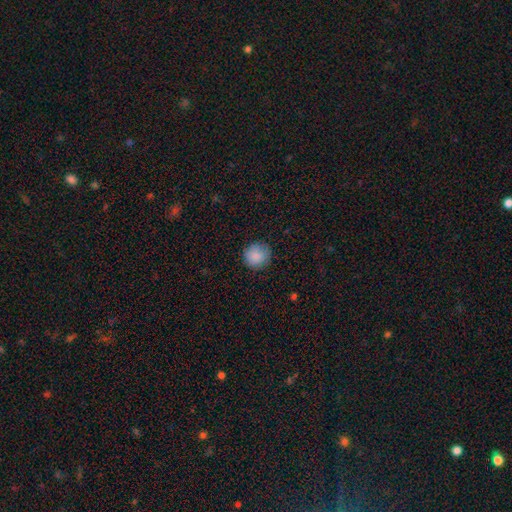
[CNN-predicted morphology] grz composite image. It shows a smooth galaxy with no disk features (87%) that is round (92%). Merging: none (85%).